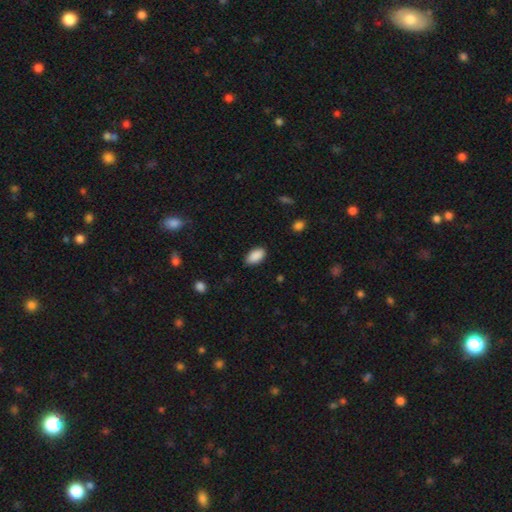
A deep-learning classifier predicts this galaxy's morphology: Smooth or featured?
  - smooth: 90% *
  - star or artifact: 7%
  - featured or disk: 3%
How rounded?
  - in between: 94% *
  - round: 4%
  - cigar-shaped: 3%
Merging?
  - none: 86% *
  - minor disturbance: 11%
  - major disturbance: 2%
  - merger: 1%